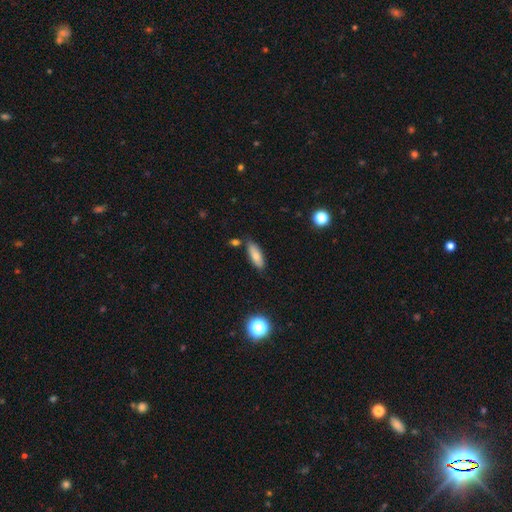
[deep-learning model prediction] Smooth or featured? smooth (78%)
How rounded? in between (66%)
Merging? none (79%)